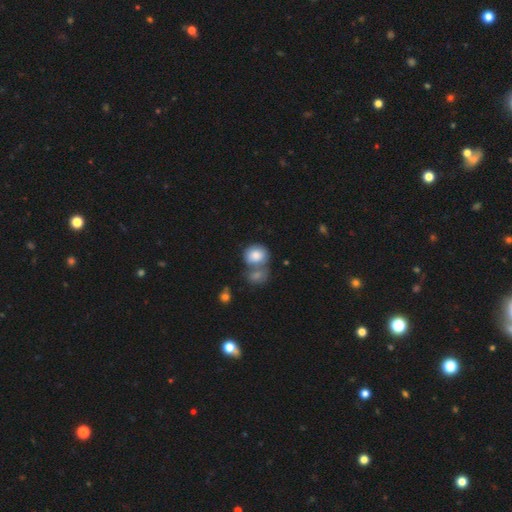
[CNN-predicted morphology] The model was most divided on "merging": merger: 49%, none: 34%, minor disturbance: 11%, major disturbance: 5%. More confident: smooth or featured — smooth (82%); how rounded — round (71%).